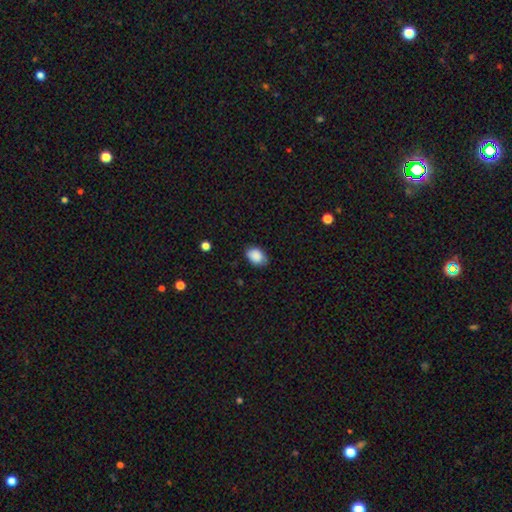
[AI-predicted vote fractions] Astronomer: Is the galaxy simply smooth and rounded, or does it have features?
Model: smooth — 88%.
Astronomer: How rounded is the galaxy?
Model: in between — 81%.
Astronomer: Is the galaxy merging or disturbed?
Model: none — 78%.